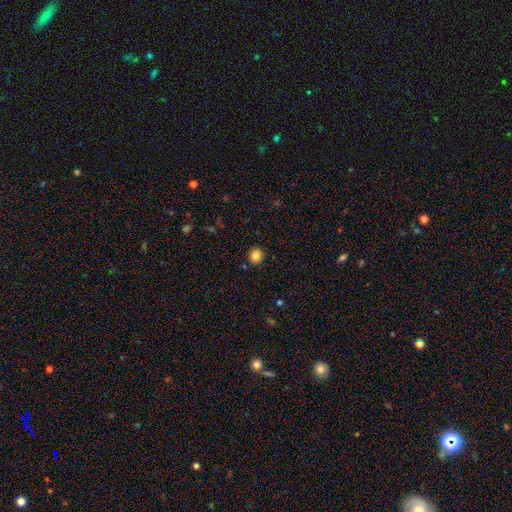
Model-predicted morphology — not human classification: Q: Smooth or featured?
A: smooth (84%); runner-up: star or artifact (11%)
Q: How rounded?
A: round (76%); runner-up: in between (23%)
Q: Merging?
A: none (88%); runner-up: minor disturbance (8%)